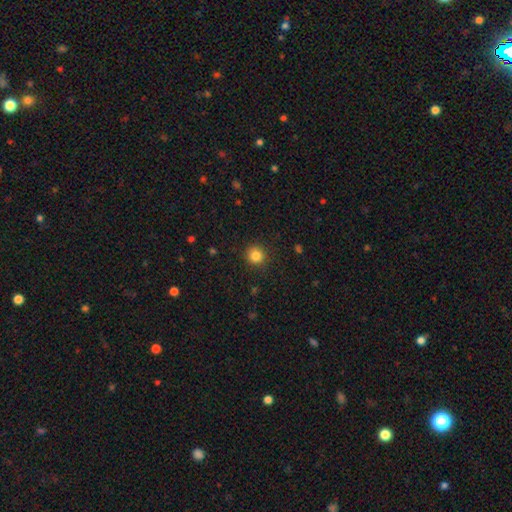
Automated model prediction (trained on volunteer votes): This appears to be a smooth galaxy with no disk features (84%) that is round (92%). Merging: none (90%).